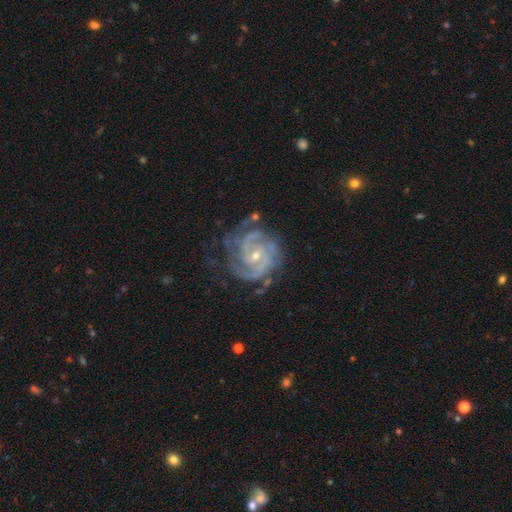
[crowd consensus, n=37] Smooth or featured: featured or disk — 92% (star or artifact — 5%)
Edge-on disk: no — 100%
Bar: weak — 53% (no — 41%)
Spiral arms: yes — 100%
Spiral winding: tight — 50% (medium — 47%)
Spiral arm count: 2 — 47% (can't tell — 18%)
Bulge size: small — 71% (moderate — 29%)
Merging: none — 63% (minor disturbance — 26%)